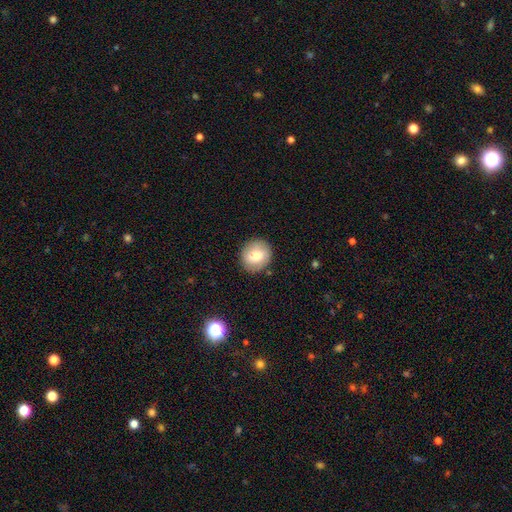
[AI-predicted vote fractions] Morphology: type=smooth (70%); roundness=round (82%); merging=none (86%).